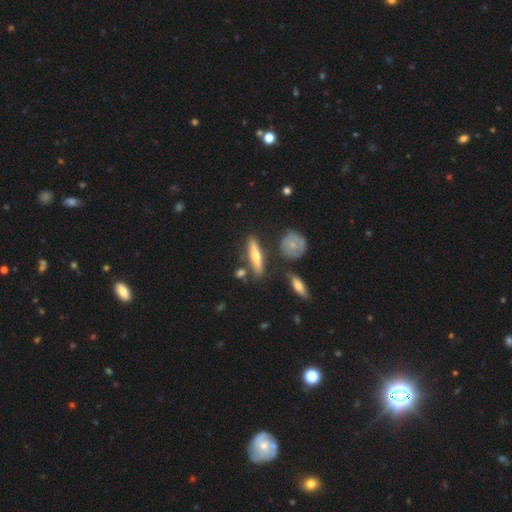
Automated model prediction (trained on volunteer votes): The model was most divided on "smooth or featured": featured or disk: 53%, smooth: 40%, star or artifact: 7%. More confident: edge-on disk — yes (90%); merging — none (76%).